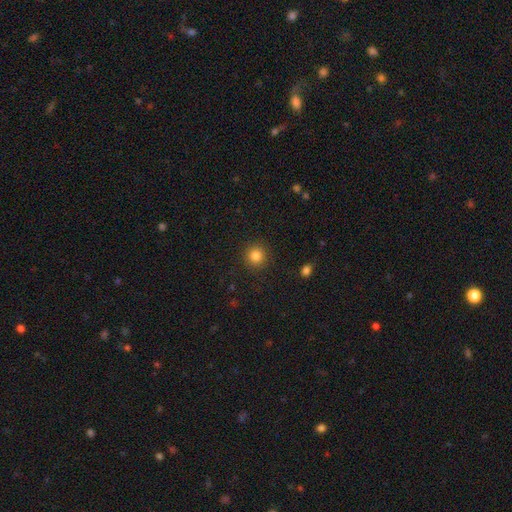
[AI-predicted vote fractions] The model was most divided on "smooth or featured": smooth: 84%, star or artifact: 11%, featured or disk: 5%. More confident: how rounded — round (94%); merging — none (91%).